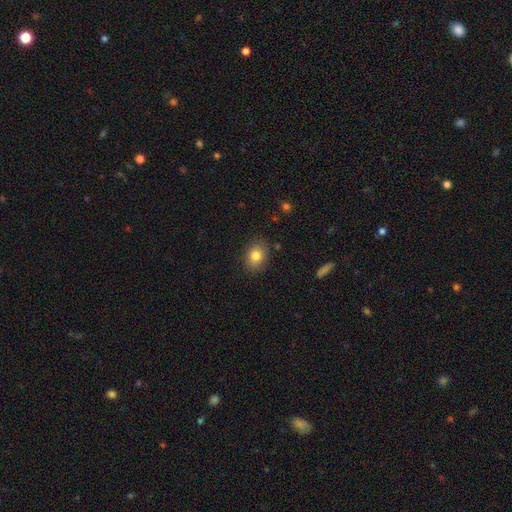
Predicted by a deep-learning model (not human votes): Overall: smooth (82%). How rounded: in between (60%; round 39%). Merging: none (85%).